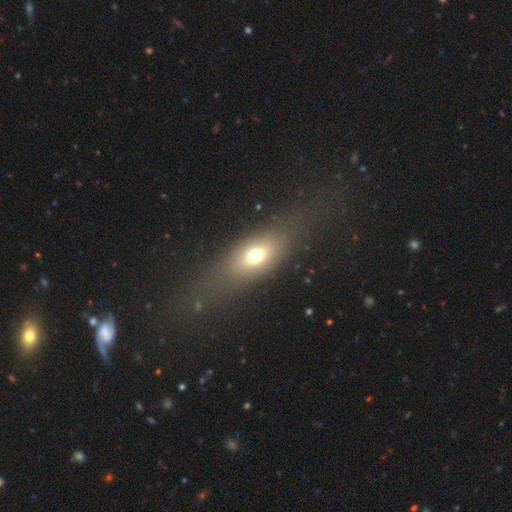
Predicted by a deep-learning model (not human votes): The model was most divided on "smooth or featured": smooth: 65%, featured or disk: 22%, star or artifact: 13%. More confident: how rounded — in between (73%); merging — none (67%).